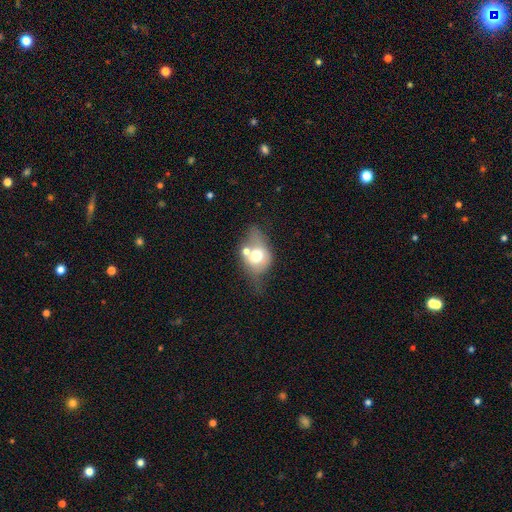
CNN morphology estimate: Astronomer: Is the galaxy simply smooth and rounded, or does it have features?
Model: smooth — 59%.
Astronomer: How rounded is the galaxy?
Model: in between — 63%.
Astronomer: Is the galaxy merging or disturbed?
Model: none — 30% (runner-up: merger, 29%).